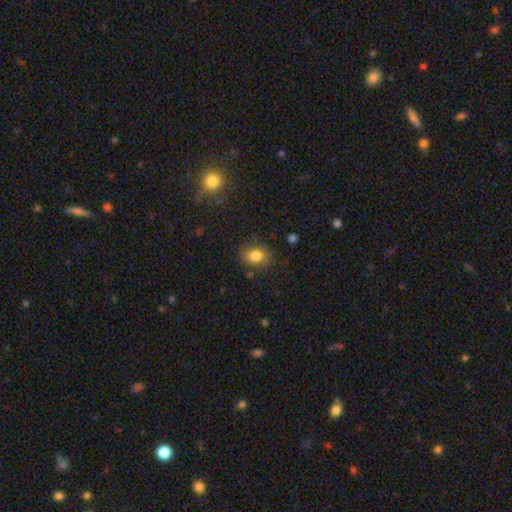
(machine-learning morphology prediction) The model was most divided on "how rounded": in between: 60%, round: 39%, cigar-shaped: 1%. More confident: smooth or featured — smooth (82%); merging — none (80%).